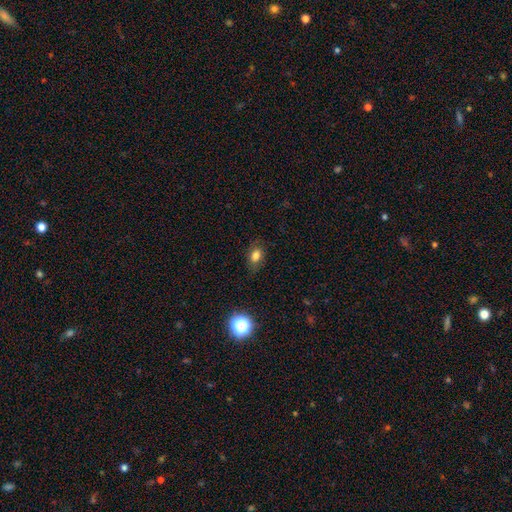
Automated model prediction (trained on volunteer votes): Smooth or featured? smooth (77%)
How rounded? in between (77%)
Merging? none (77%)